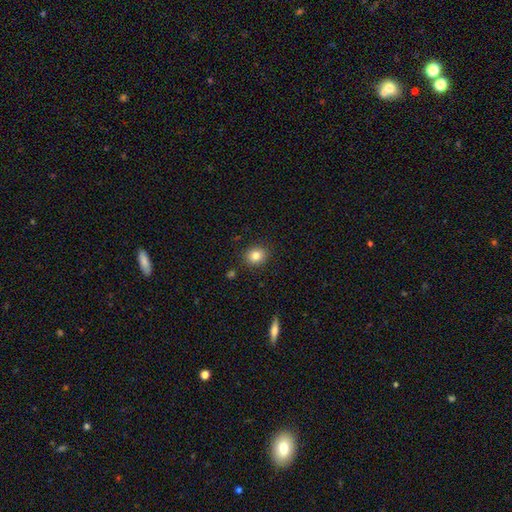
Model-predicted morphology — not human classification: The model was most divided on "how rounded": round: 72%, in between: 27%, cigar-shaped: 1%. More confident: merging — none (88%); smooth or featured — smooth (82%).